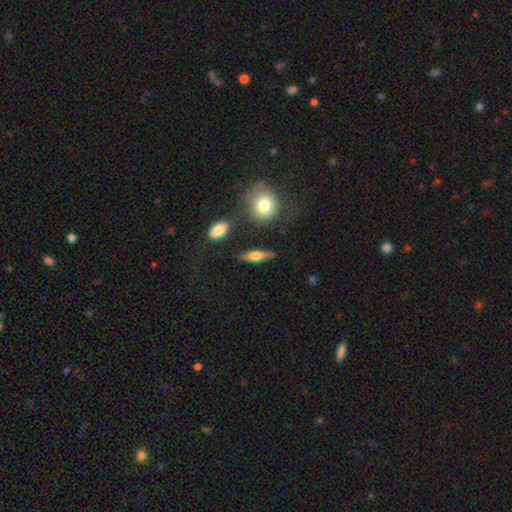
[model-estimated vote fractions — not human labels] This is possibly a smooth galaxy (53%). How rounded: possibly in between (47%). Merging: likely none (79%).